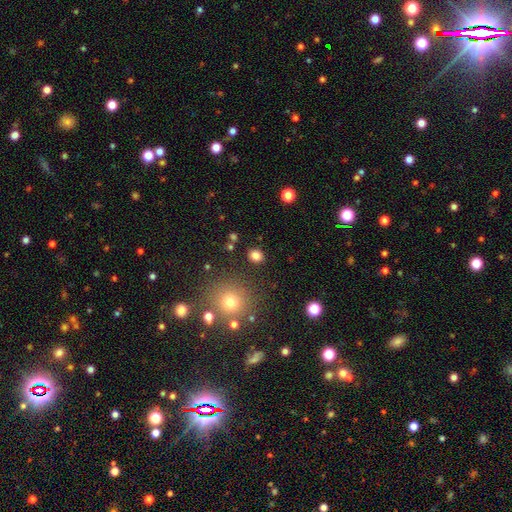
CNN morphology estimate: smooth_or_featured: smooth (p=0.81) [alt: star or artifact p=0.14]
how_rounded: round (p=0.66) [alt: in between p=0.33]
merging: none (p=0.87) [alt: minor disturbance p=0.08]